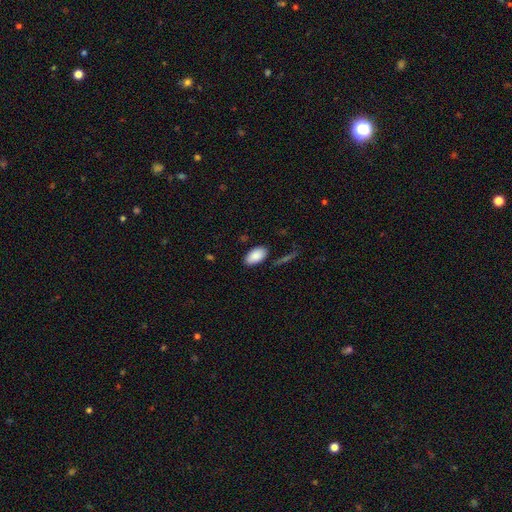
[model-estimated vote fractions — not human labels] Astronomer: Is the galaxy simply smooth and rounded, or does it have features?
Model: smooth — 88%.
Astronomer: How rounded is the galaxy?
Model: in between — 95%.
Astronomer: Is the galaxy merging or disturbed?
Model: none — 83%.